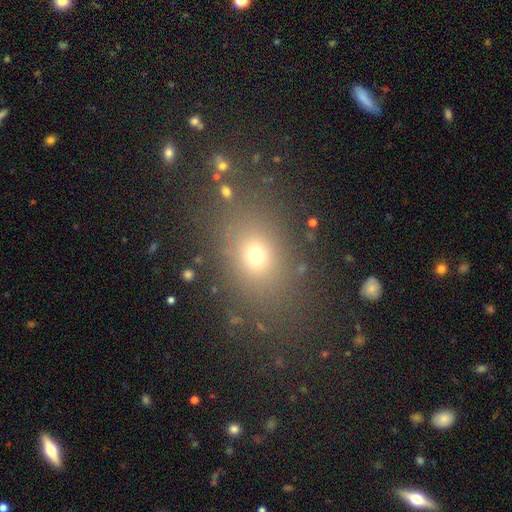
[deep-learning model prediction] Overall: smooth (68%). How rounded: in between (61%; round 37%). Merging: none (83%).